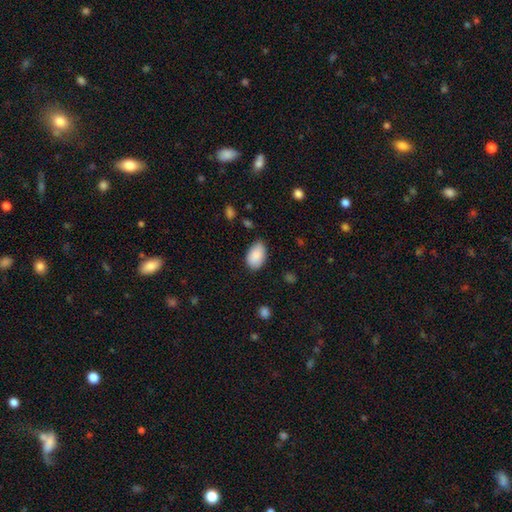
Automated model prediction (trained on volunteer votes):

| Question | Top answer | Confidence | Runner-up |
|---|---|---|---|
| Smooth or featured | smooth | 87% | star or artifact (7%) |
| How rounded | in between | 92% | round (6%) |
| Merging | none | 72% | minor disturbance (22%) |